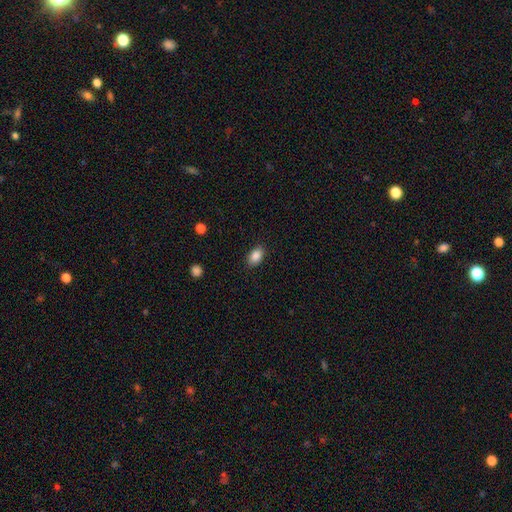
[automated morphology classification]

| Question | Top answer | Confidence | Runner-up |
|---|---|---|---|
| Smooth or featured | smooth | 87% | star or artifact (8%) |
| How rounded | in between | 88% | round (10%) |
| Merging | none | 87% | minor disturbance (10%) |